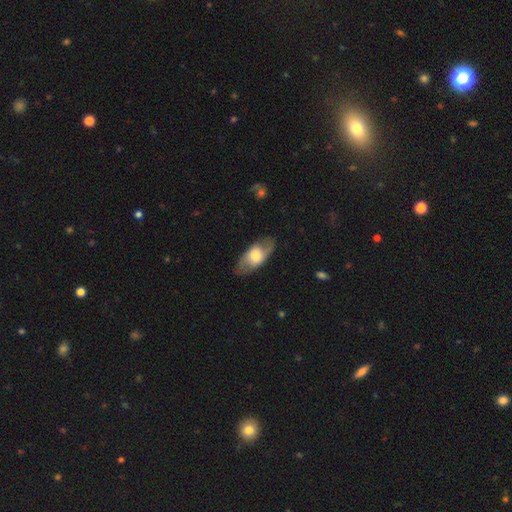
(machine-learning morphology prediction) type=smooth (53%); roundness=in between (87%); merging=none (79%).